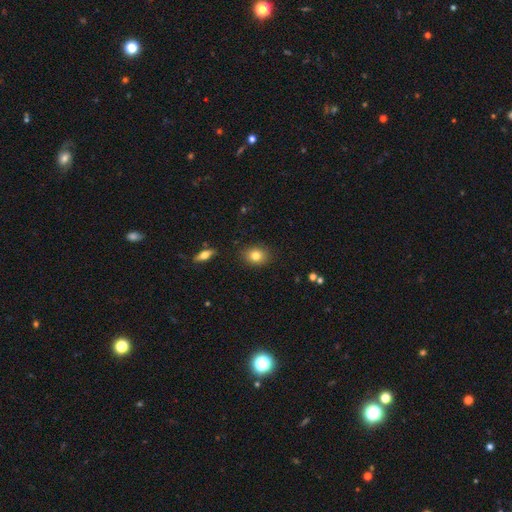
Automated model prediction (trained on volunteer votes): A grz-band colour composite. It shows a smooth galaxy with no disk features (80%) that is round (53%). Merging: none (86%).